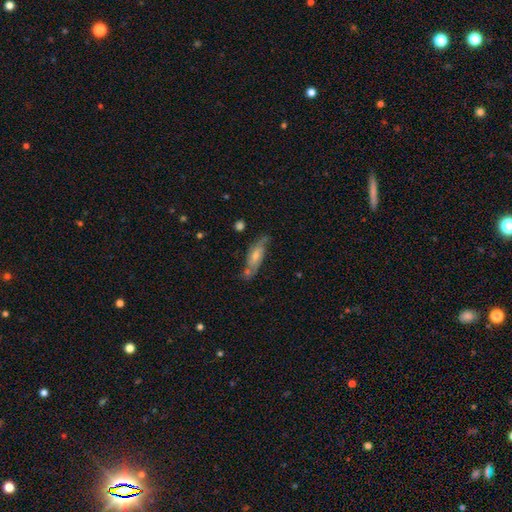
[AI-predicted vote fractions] The model was most divided on "smooth or featured": featured or disk: 61%, smooth: 33%, star or artifact: 7%. More confident: edge-on disk — no (80%); merging — none (61%).